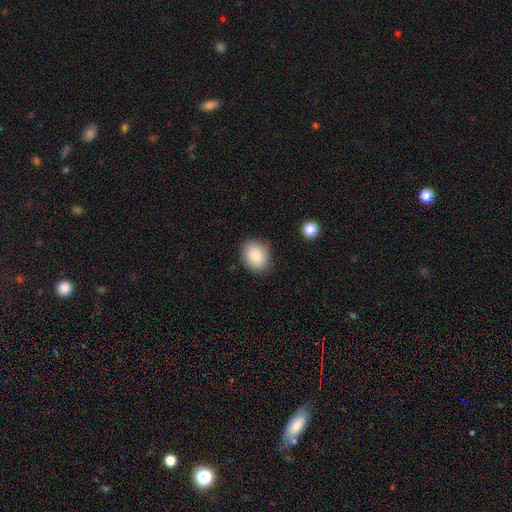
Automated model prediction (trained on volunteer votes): Morphology: type=smooth (87%); roundness=in between (61%); merging=none (82%).